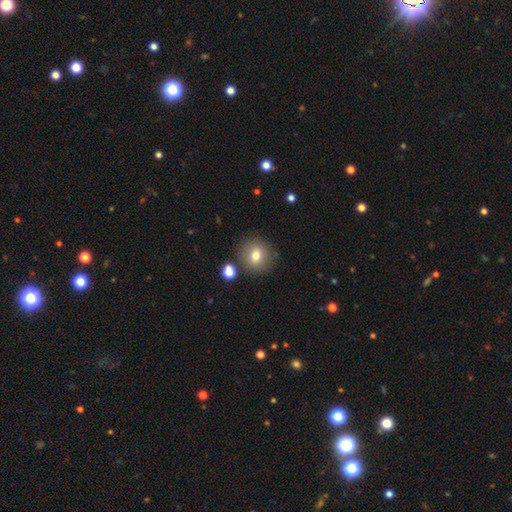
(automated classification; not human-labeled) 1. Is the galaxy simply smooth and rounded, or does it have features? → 74% smooth, 15% featured or disk, 11% star or artifact.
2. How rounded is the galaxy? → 85% round, 14% in between, 1% cigar-shaped.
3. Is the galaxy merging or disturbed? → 82% none, 9% minor disturbance, 6% merger, 3% major disturbance.